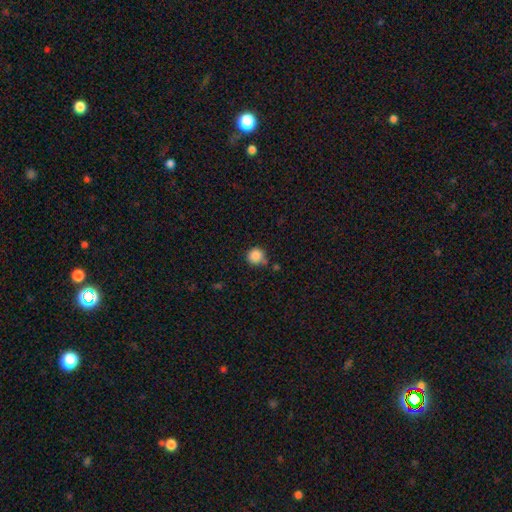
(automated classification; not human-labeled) Smooth or featured: smooth — 86% (star or artifact — 10%)
How rounded: round — 93% (in between — 6%)
Merging: none — 73% (minor disturbance — 14%)